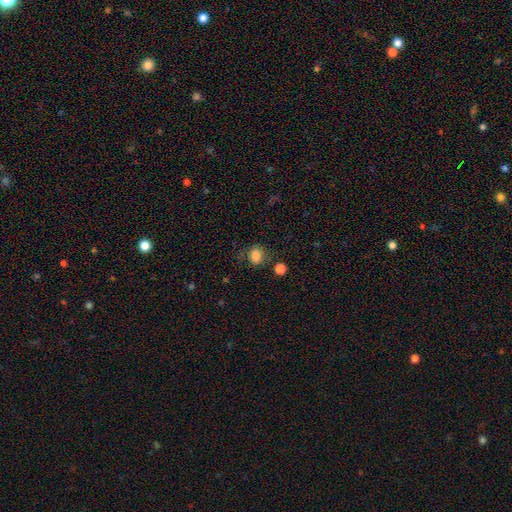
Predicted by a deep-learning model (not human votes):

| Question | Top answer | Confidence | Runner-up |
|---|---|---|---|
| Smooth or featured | smooth | 83% | star or artifact (11%) |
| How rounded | round | 50% | in between (49%) |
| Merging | none | 72% | minor disturbance (17%) |